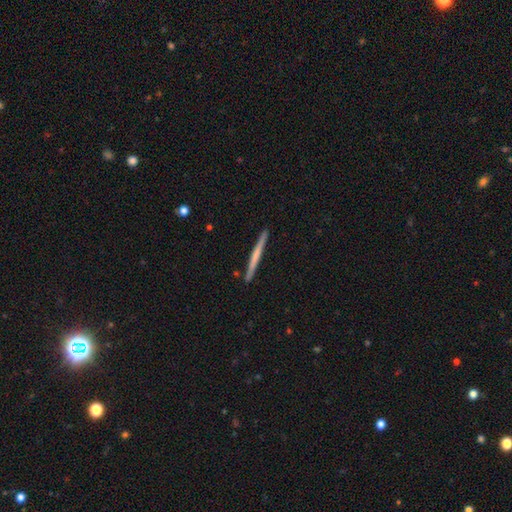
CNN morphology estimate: type=smooth (48%); merging=none (92%).